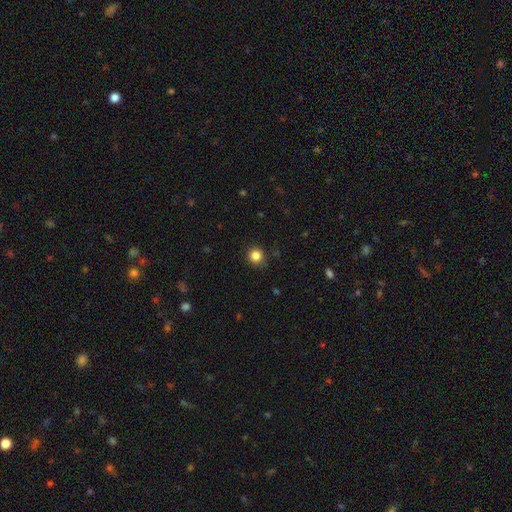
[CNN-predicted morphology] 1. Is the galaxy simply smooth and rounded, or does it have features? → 84% smooth, 12% star or artifact, 4% featured or disk.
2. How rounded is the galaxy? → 93% round, 6% in between, 1% cigar-shaped.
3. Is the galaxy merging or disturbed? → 90% none, 7% minor disturbance, 2% major disturbance, 1% merger.